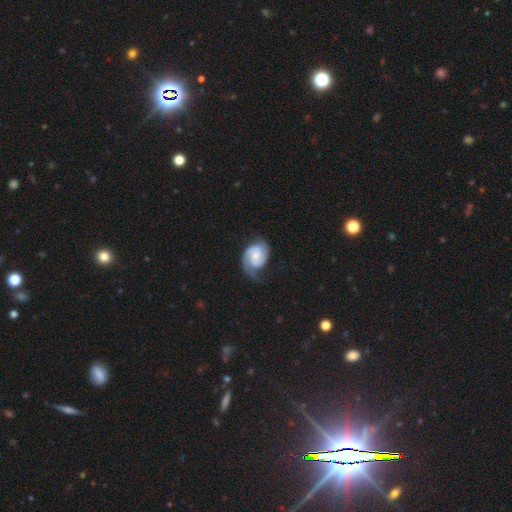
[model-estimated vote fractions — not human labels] Smooth or featured? featured or disk (75%)
Edge-on disk? no (98%)
Bar? no (62%)
Spiral arms? yes (95%)
Spiral winding? tight (46%)
Spiral arm count? 2 (65%)
Bulge size? small (45%)
Merging? none (54%)